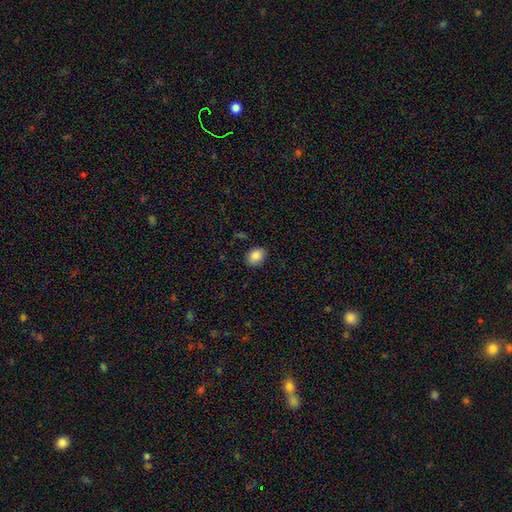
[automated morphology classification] Smooth or featured? smooth (87%)
How rounded? in between (51%)
Merging? none (87%)